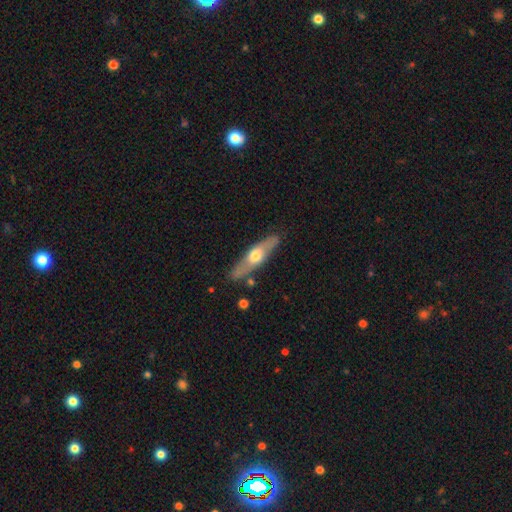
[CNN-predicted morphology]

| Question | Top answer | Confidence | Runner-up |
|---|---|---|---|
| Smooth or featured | featured or disk | 54% | smooth (41%) |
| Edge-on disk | yes | 80% | no (20%) |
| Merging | none | 83% | minor disturbance (11%) |